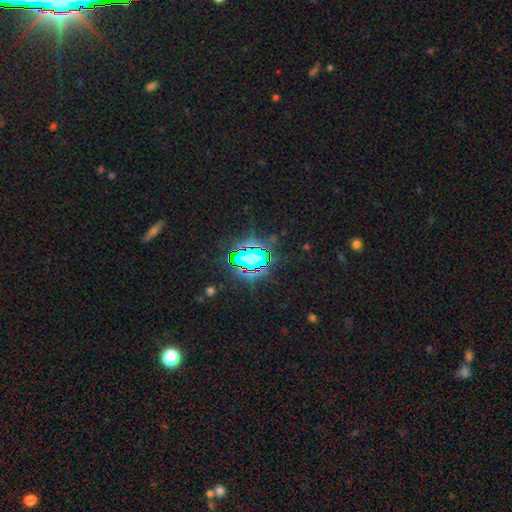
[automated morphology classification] smooth_or_featured: star or artifact (p=0.80) [alt: smooth p=0.12]